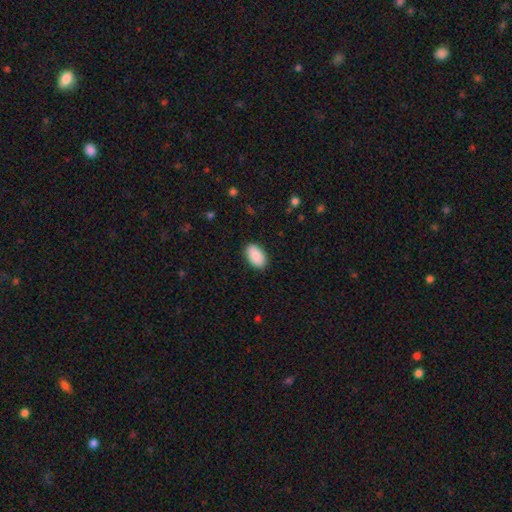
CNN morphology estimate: Q: Smooth or featured?
A: smooth (89%); runner-up: star or artifact (6%)
Q: How rounded?
A: in between (94%); runner-up: round (5%)
Q: Merging?
A: none (89%); runner-up: minor disturbance (8%)